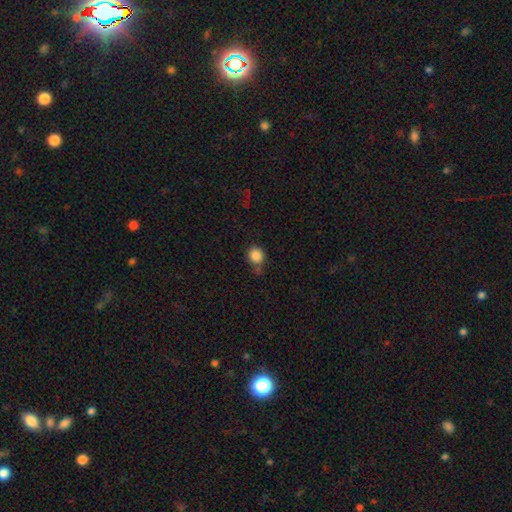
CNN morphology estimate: This is clearly a smooth galaxy (86%). How rounded: clearly round (89%). Merging: likely none (62%).